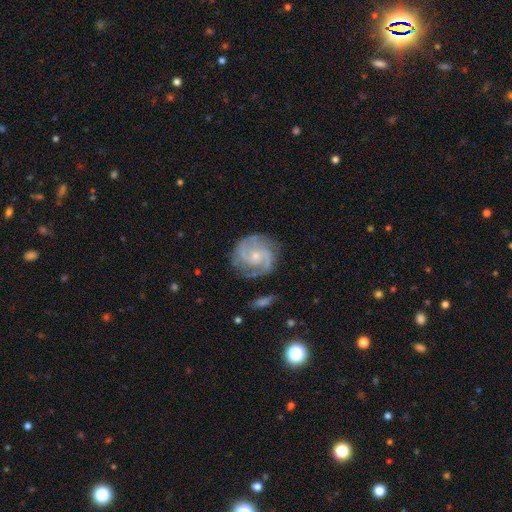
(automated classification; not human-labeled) Smooth or featured?
  - featured or disk: 87% *
  - smooth: 8%
  - star or artifact: 5%
Edge-on disk?
  - no: 98% *
  - yes: 2%
Bar?
  - no: 63% *
  - weak: 31%
  - strong: 6%
Spiral arms?
  - yes: 97% *
  - no: 3%
Spiral winding?
  - tight: 45% * (tied)
  - medium: 45% * (tied)
  - loose: 10%
Spiral arm count?
  - 2: 69% *
  - 3: 13%
  - can't tell: 9%
  - 1: 3%
  - 4: 3%
  - more than 4: 3%
Bulge size?
  - small: 68% *
  - moderate: 27%
  - none: 3%
  - large: 1%
  - dominant: 1%
Merging?
  - none: 76% *
  - minor disturbance: 16%
  - major disturbance: 6%
  - merger: 2%